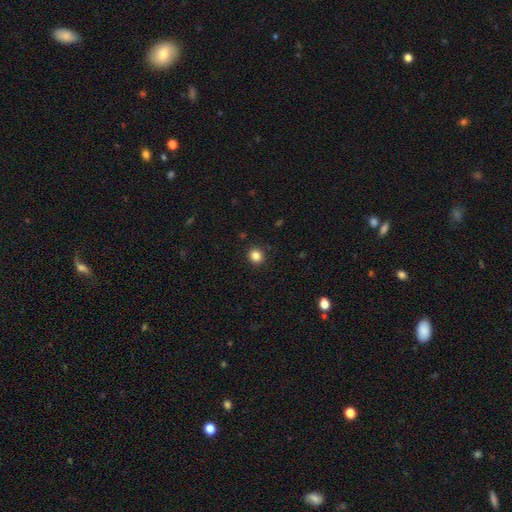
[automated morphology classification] Smooth or featured?
  - smooth: 85% *
  - star or artifact: 11%
  - featured or disk: 4%
How rounded?
  - round: 88% *
  - in between: 11%
  - cigar-shaped: 1%
Merging?
  - none: 92% *
  - minor disturbance: 5%
  - major disturbance: 2%
  - merger: 1%